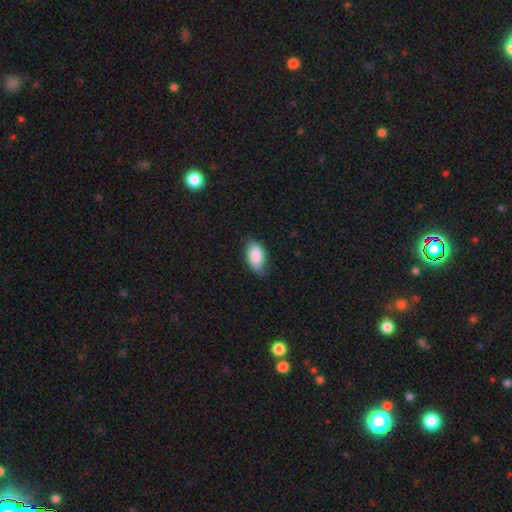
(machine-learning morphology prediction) Q: Smooth or featured?
A: smooth (86%); runner-up: featured or disk (8%)
Q: How rounded?
A: in between (93%); runner-up: round (4%)
Q: Merging?
A: none (58%); runner-up: minor disturbance (34%)